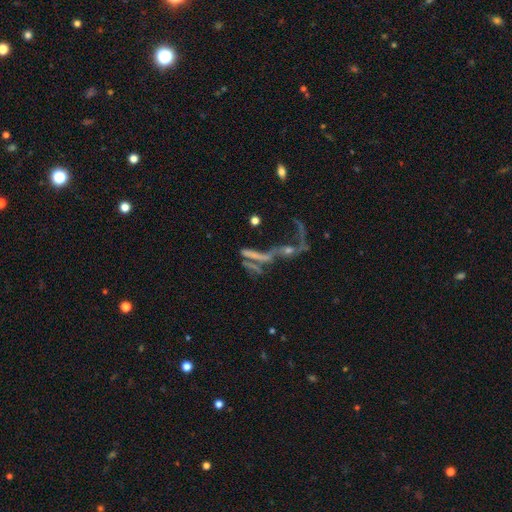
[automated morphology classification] Smooth or featured?
  - featured or disk: 51% *
  - smooth: 28%
  - star or artifact: 21%
Edge-on disk?
  - no: 70% *
  - yes: 30%
Merging?
  - merger: 52% *
  - major disturbance: 22%
  - none: 18%
  - minor disturbance: 8%